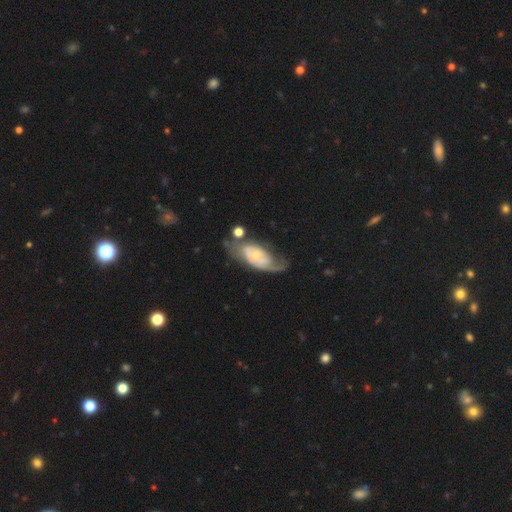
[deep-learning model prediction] Overall: featured or disk (75%). Edge-on disk: no (93%). Bar: no (72%). Spiral arms: yes (82%). Spiral arm count: 2 (46%; can't tell 24%). Spiral winding: tight (43%; medium 35%). Bulge size: small (55%; moderate 38%). Merging: none (44%; minor disturbance 24%).